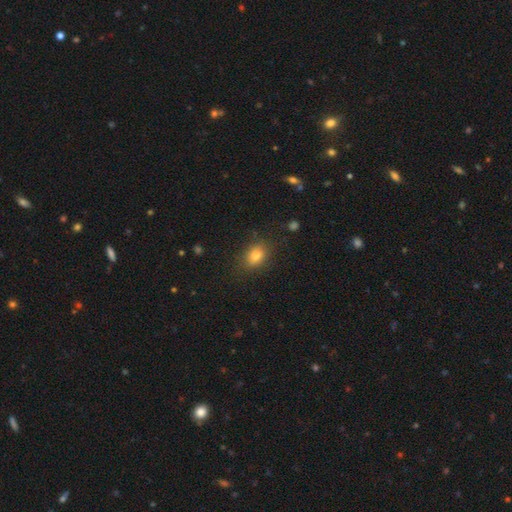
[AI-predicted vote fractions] Smooth or featured? smooth (81%)
How rounded? in between (70%)
Merging? none (81%)